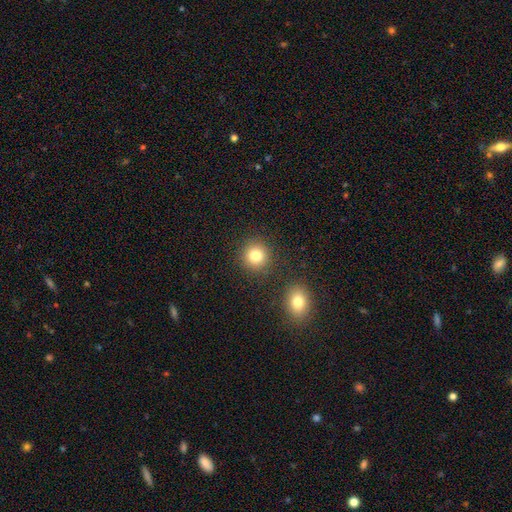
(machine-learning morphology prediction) This is clearly a smooth galaxy (81%). How rounded: clearly round (92%). Merging: clearly none (86%).